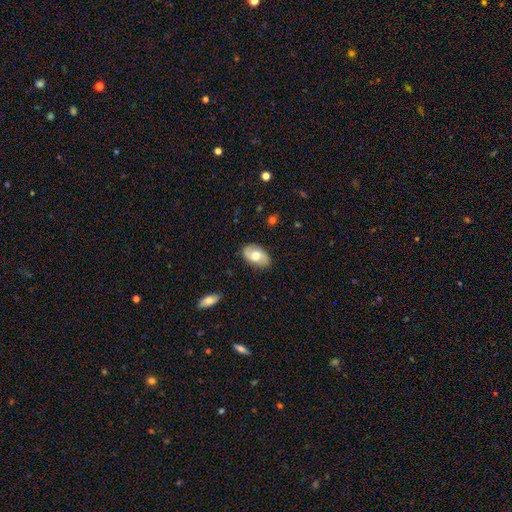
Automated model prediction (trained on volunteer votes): Morphology: type=featured or disk (51%); edge-on=no (95%); merging=none (83%).